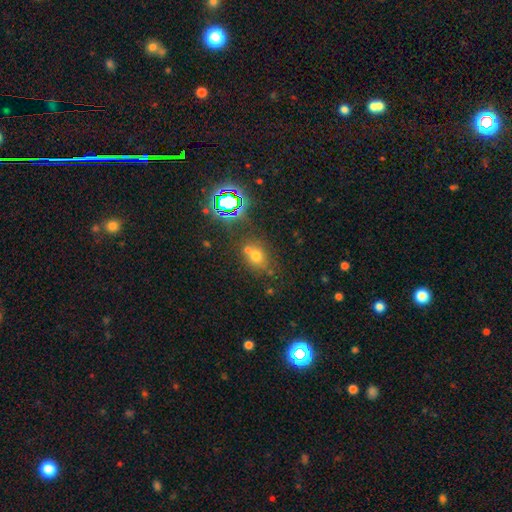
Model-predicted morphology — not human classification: smooth_or_featured: smooth (p=0.63) [alt: star or artifact p=0.24]
how_rounded: round (p=0.57) [alt: in between p=0.41]
merging: none (p=0.53) [alt: merger p=0.29]